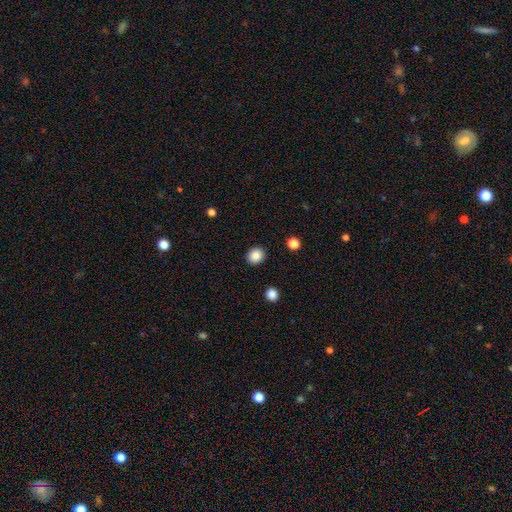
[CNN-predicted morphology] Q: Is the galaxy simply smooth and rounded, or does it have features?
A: smooth — 87%.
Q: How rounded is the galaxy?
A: round — 77%.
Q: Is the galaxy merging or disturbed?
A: none — 90%.